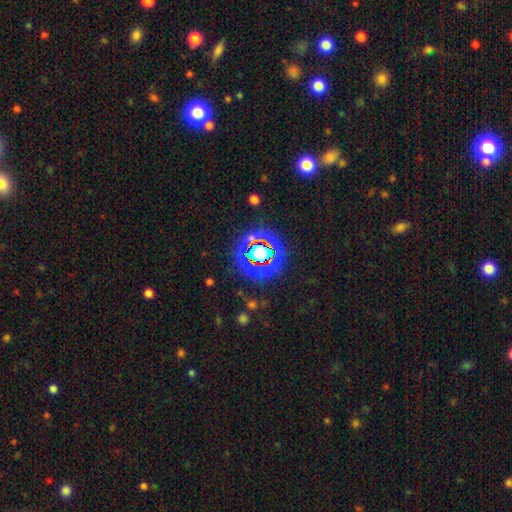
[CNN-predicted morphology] Overall: star or artifact (69%).